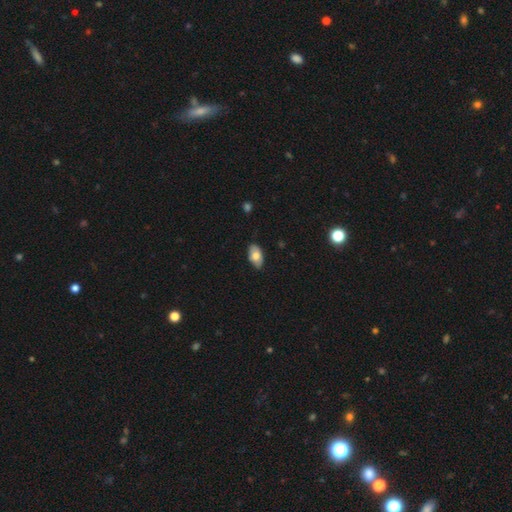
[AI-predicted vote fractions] A smooth galaxy with no disk features (73%) that is in between round and cigar-shaped (94%). Merging: none (82%).